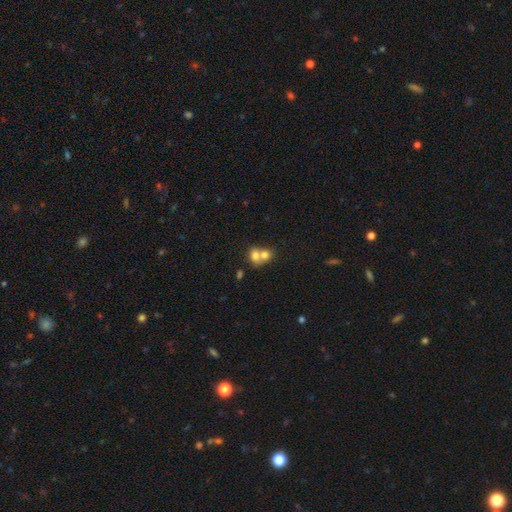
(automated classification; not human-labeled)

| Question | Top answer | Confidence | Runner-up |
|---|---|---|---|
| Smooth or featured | smooth | 72% | featured or disk (19%) |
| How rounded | round | 57% | in between (42%) |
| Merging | merger | 70% | none (21%) |